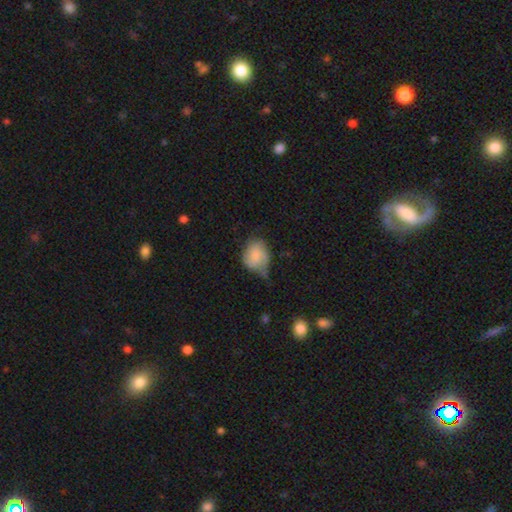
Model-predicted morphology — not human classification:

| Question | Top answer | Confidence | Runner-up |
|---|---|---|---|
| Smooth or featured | smooth | 72% | featured or disk (20%) |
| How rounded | in between | 54% | round (45%) |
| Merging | minor disturbance | 46% | none (32%) |